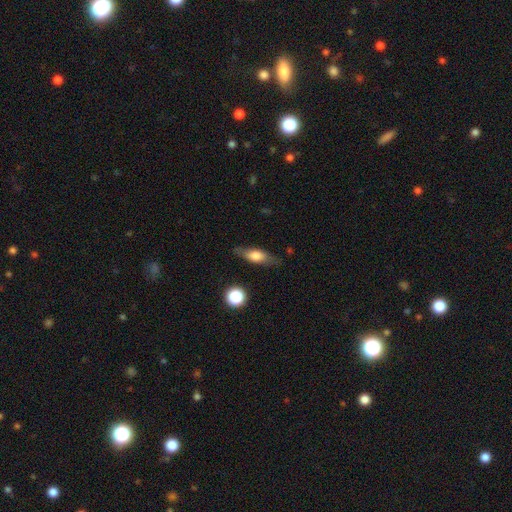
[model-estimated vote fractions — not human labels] Overall: smooth (57%; featured or disk 36%). How rounded: in between (56%; cigar-shaped 39%). Merging: none (78%).